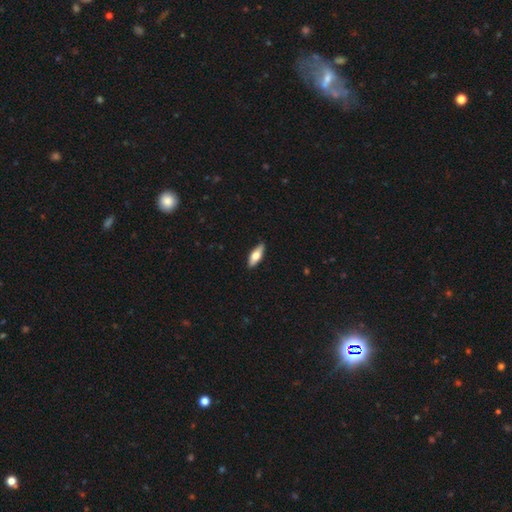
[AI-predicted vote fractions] The model was most divided on "smooth or featured": smooth: 59%, featured or disk: 35%, star or artifact: 6%. More confident: merging — none (89%); how rounded — in between (65%).